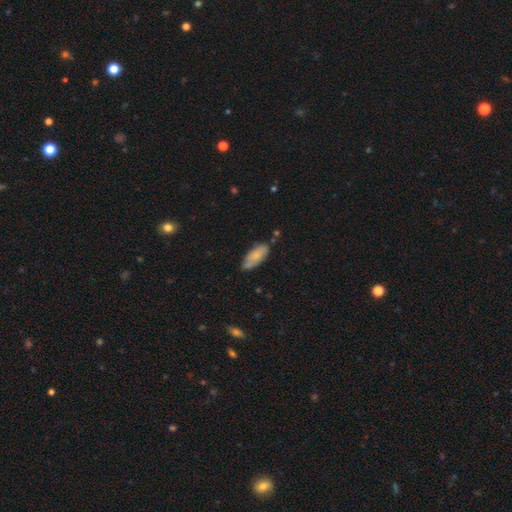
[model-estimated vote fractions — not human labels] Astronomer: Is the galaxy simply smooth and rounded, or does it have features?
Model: smooth — 73%.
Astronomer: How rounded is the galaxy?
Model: in between — 81%.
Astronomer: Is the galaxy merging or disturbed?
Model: none — 65%.